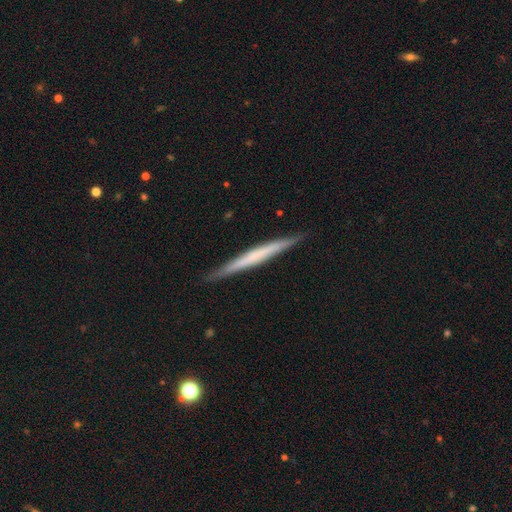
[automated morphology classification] smooth-or-featured: featured or disk: 54% | smooth: 40% | star or artifact: 6%
  disk-edge-on: yes: 97% | no: 3%
    edge-on-bulge: none: 78% | rounded: 12% | boxy: 10%
  merging: none: 90% | minor disturbance: 8% | major disturbance: 1% | merger: 1%